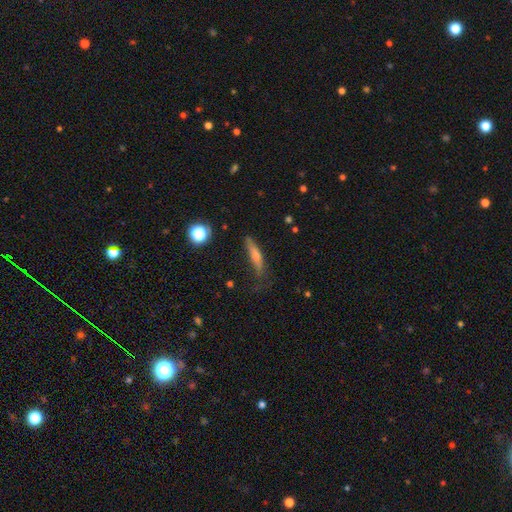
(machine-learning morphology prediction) smooth_or_featured: smooth (p=0.62) [alt: featured or disk p=0.29]
how_rounded: cigar-shaped (p=0.80) [alt: in between p=0.17]
merging: none (p=0.58) [alt: minor disturbance p=0.28]